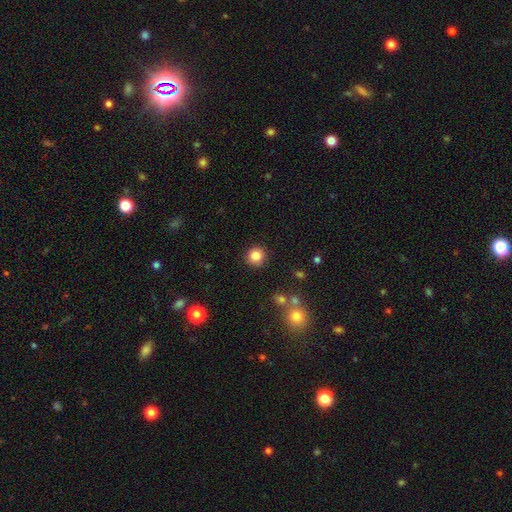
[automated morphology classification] A smooth galaxy with no disk features (84%) that is round (92%).

Vote fractions:
- Smooth or featured? smooth: 84% / star or artifact: 11% / featured or disk: 5%
- How rounded? round: 92% / in between: 7% / cigar-shaped: 1%
- Merging? none: 89% / minor disturbance: 7% / major disturbance: 2% / merger: 2%